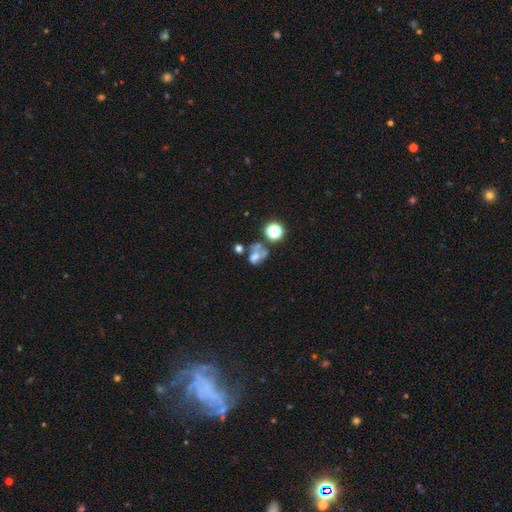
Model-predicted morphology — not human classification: smooth 47%, featured or disk 33%, star or artifact 20%. Down the decision tree: merging — merger (39%).